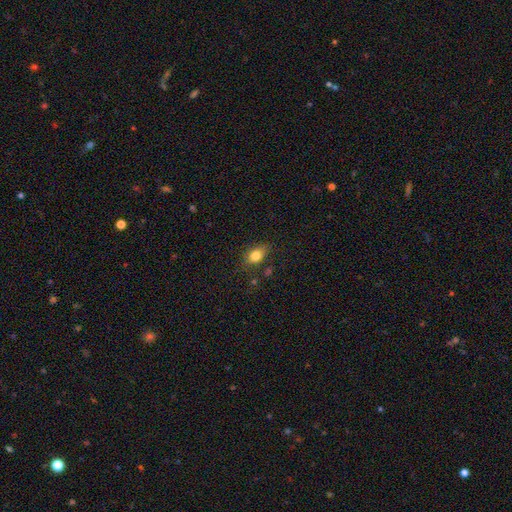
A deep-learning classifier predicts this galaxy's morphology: smooth_or_featured: smooth (p=0.81) [alt: star or artifact p=0.10]
how_rounded: in between (p=0.74) [alt: round p=0.24]
merging: none (p=0.72) [alt: minor disturbance p=0.20]